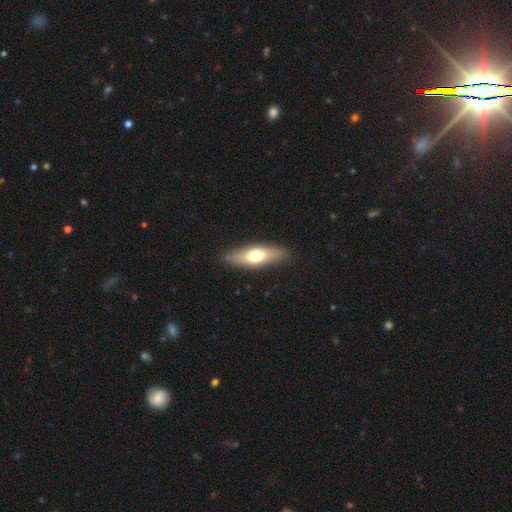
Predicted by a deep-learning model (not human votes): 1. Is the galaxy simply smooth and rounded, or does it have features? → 60% smooth, 34% featured or disk, 6% star or artifact.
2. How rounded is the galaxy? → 51% in between, 46% cigar-shaped, 3% round.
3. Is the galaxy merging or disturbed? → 87% none, 10% minor disturbance, 2% major disturbance, 1% merger.